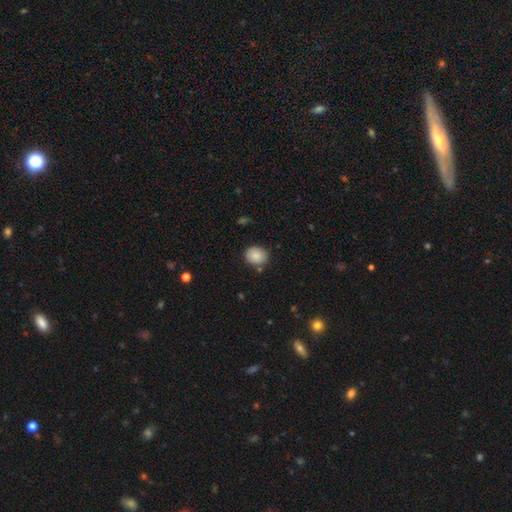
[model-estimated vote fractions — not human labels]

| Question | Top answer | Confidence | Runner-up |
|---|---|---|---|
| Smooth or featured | smooth | 84% | star or artifact (8%) |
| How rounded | round | 71% | in between (28%) |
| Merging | none | 79% | minor disturbance (14%) |